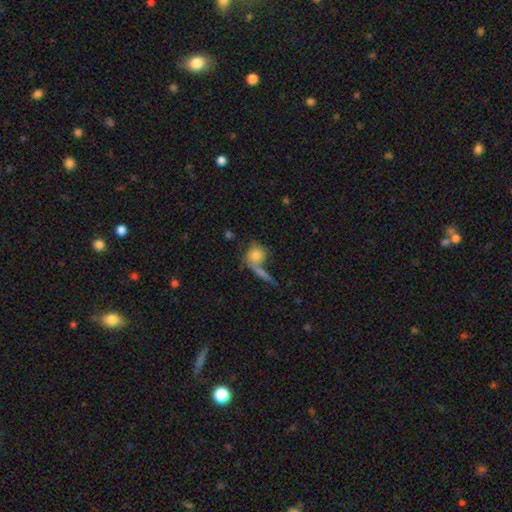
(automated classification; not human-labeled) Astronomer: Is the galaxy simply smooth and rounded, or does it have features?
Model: smooth — 70%.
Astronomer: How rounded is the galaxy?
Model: round — 70%.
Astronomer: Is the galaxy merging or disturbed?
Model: none — 40% (runner-up: merger, 33%).